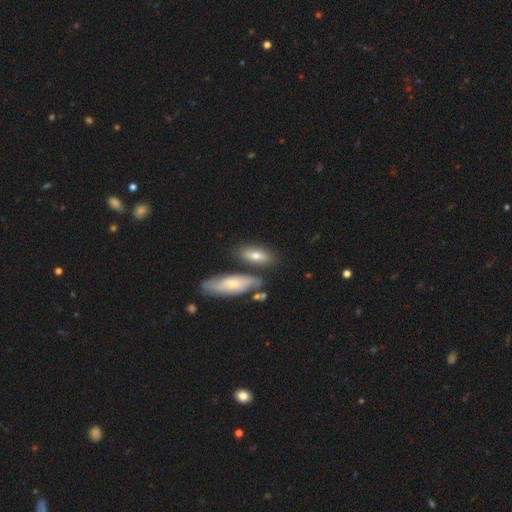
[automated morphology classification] Overall: smooth (69%). How rounded: in between (72%). Merging: none (66%).